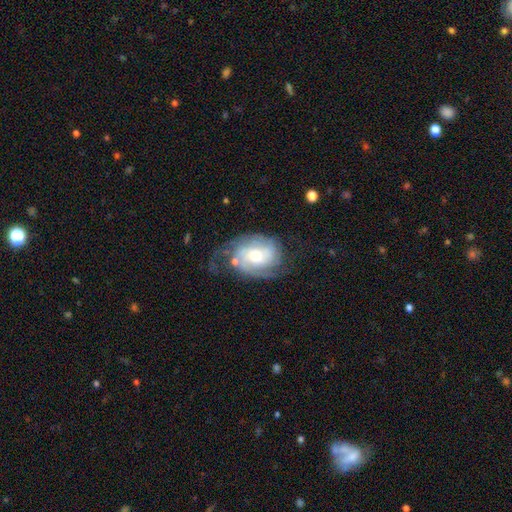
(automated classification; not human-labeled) A featured or disk galaxy (78%) with no bar (64%), 2 (59%) tight (41%) spiral arms (92%) and a moderate central bulge (50%). Merging: none (51%).